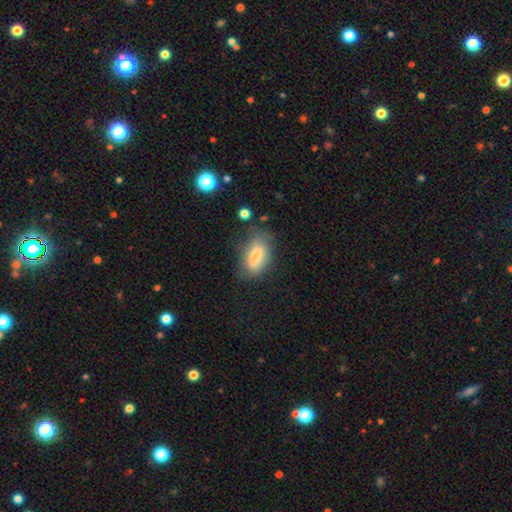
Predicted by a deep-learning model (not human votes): This is likely a smooth galaxy (76%). How rounded: clearly in between (89%). Merging: possibly none (52%).